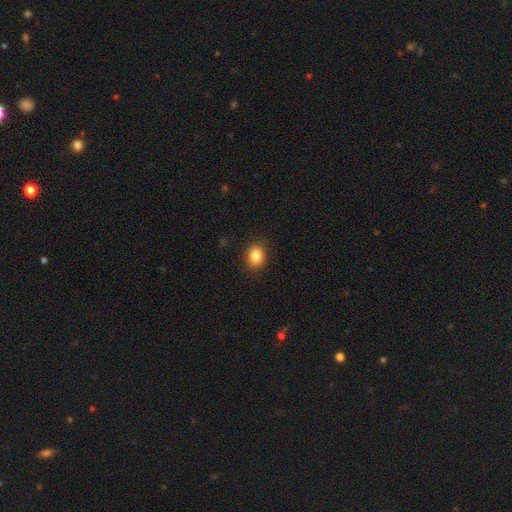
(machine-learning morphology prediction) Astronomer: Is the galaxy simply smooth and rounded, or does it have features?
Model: smooth — 86%.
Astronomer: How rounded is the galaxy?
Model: in between — 61% (runner-up: round, 38%).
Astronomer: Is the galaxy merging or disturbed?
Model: none — 89%.